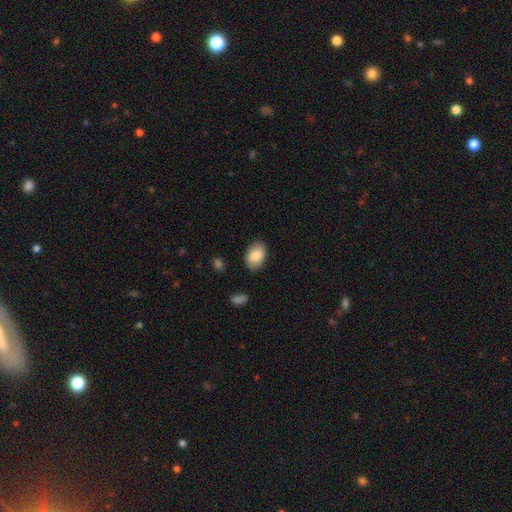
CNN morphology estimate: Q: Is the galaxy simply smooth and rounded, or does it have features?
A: smooth — 86%.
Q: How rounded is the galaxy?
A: in between — 87%.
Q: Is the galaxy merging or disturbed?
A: none — 83%.